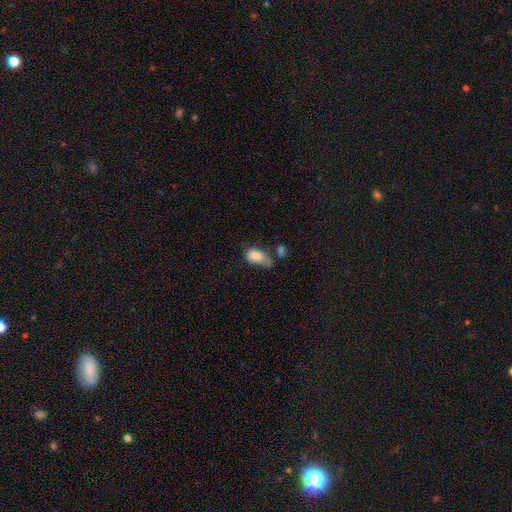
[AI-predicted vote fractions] This appears to be a smooth galaxy with no disk features (78%) that is in between round and cigar-shaped (90%). Merging: minor disturbance (32%).